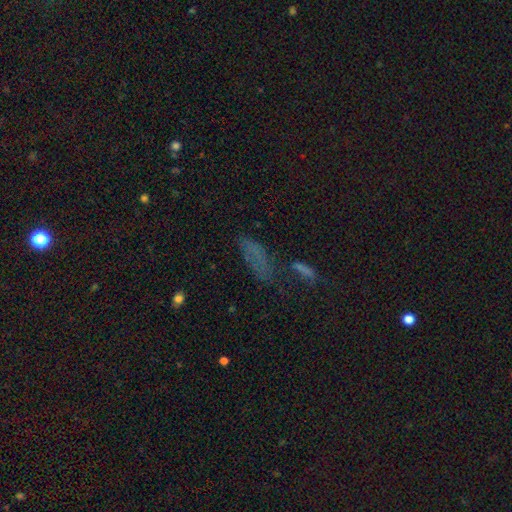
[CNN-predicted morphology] This is possibly a smooth galaxy (48%). Merging: possibly none (47%).